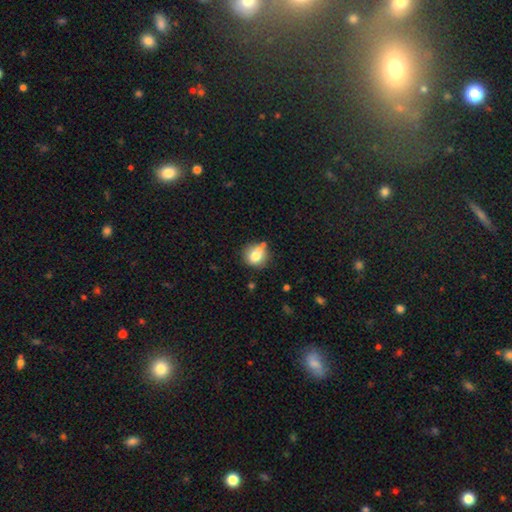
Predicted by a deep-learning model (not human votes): smooth-or-featured: smooth: 74% | featured or disk: 15% | star or artifact: 11%
  how-rounded: round: 85% | in between: 14% | cigar-shaped: 1%
  merging: none: 68% | minor disturbance: 15% | merger: 13% | major disturbance: 4%